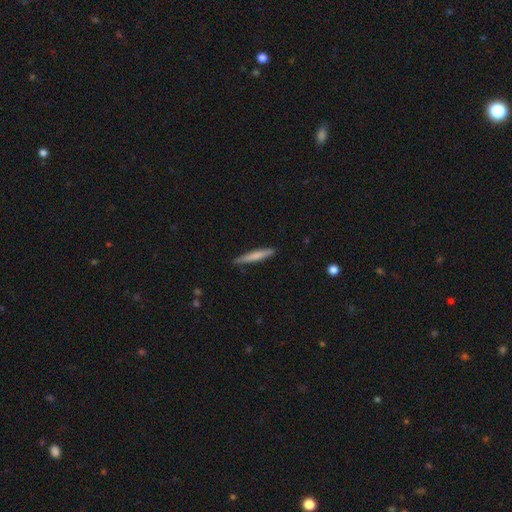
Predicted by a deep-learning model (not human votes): Q: Smooth or featured?
A: smooth (70%); runner-up: featured or disk (24%)
Q: How rounded?
A: cigar-shaped (95%); runner-up: in between (4%)
Q: Merging?
A: none (85%); runner-up: minor disturbance (12%)